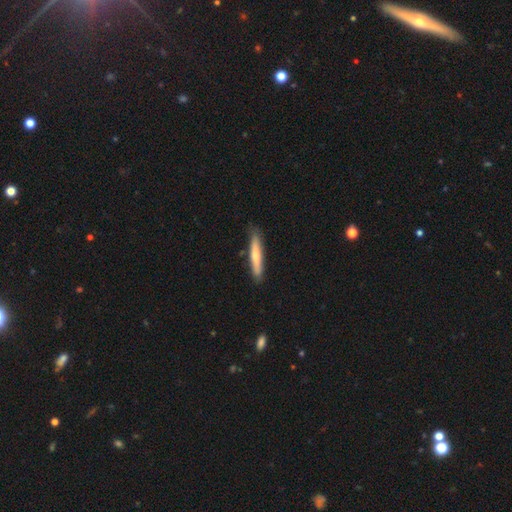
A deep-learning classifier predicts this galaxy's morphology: smooth 62%, featured or disk 32%, star or artifact 5%. Down the decision tree: how rounded — cigar-shaped (91%); merging — none (83%).